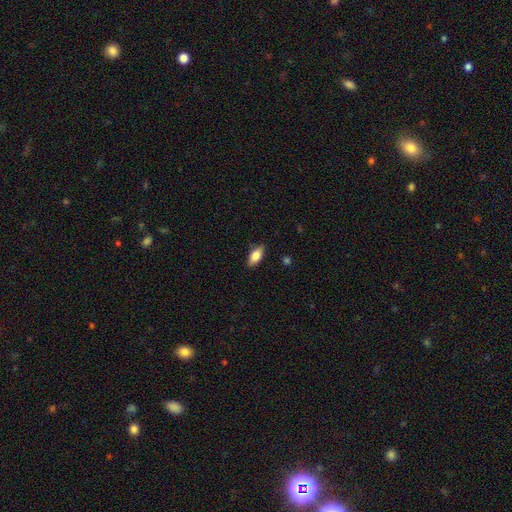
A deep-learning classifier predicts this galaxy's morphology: Smooth or featured? smooth (78%)
How rounded? in between (86%)
Merging? none (85%)